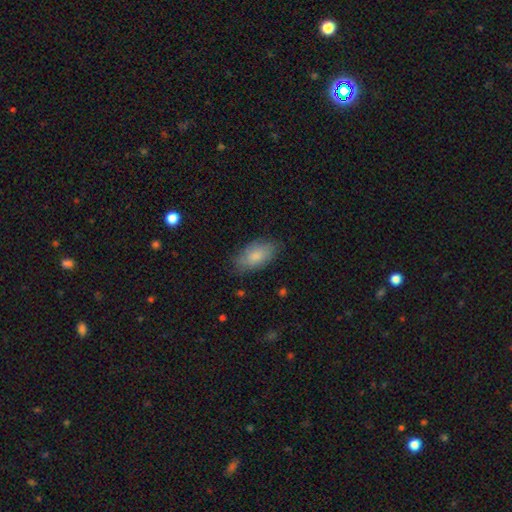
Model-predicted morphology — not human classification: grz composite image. It shows a smooth galaxy with no disk features (80%) that is in between round and cigar-shaped (92%). Merging: none (73%).